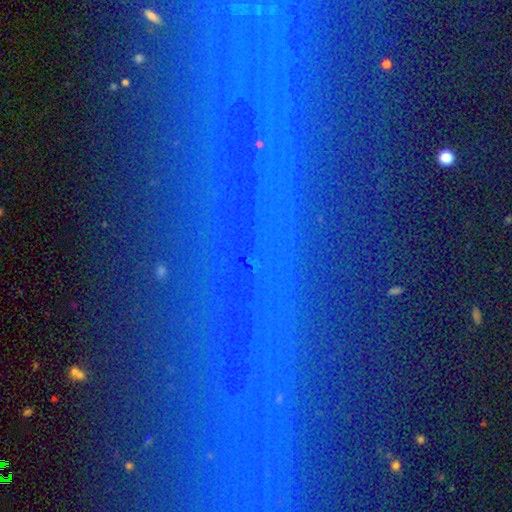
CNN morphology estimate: Smooth or featured: star or artifact — 77% (smooth — 12%)